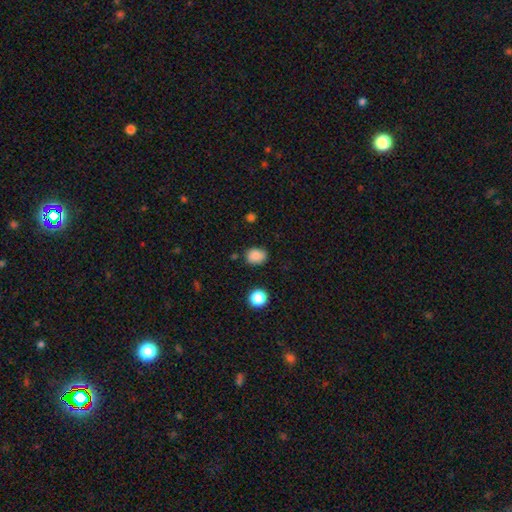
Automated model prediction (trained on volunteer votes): The model was most divided on "how rounded": in between: 52%, round: 47%, cigar-shaped: 1%. More confident: smooth or featured — smooth (86%); merging — none (78%).